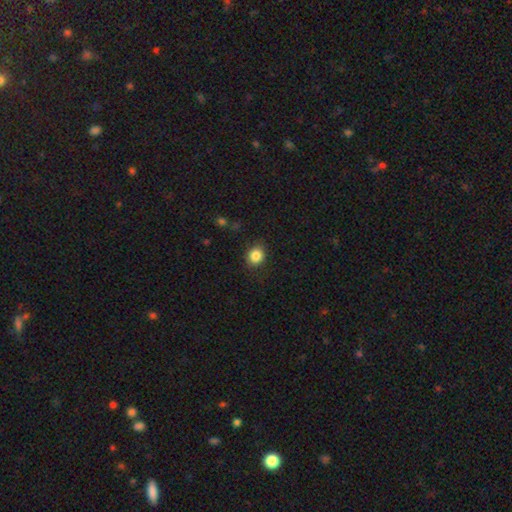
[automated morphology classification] This appears to be a smooth galaxy with no disk features (85%) that is round (74%). Merging: none (86%).